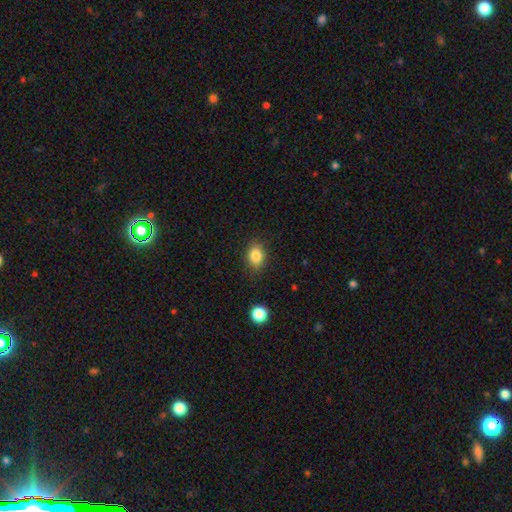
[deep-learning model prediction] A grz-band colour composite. It shows a smooth galaxy with no disk features (84%) that is in between round and cigar-shaped (65%). Merging: none (83%).